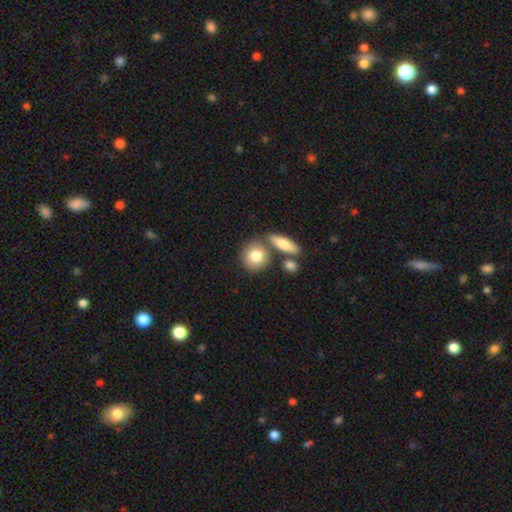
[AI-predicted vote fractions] The model was most divided on "merging": none: 66%, merger: 21%, minor disturbance: 10%, major disturbance: 3%. More confident: smooth or featured — smooth (80%); how rounded — round (79%).